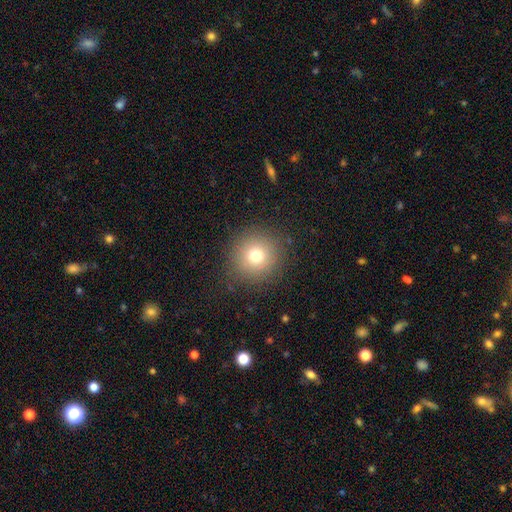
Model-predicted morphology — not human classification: Smooth or featured: smooth — 74% (star or artifact — 15%)
How rounded: round — 94% (in between — 5%)
Merging: none — 88% (minor disturbance — 7%)